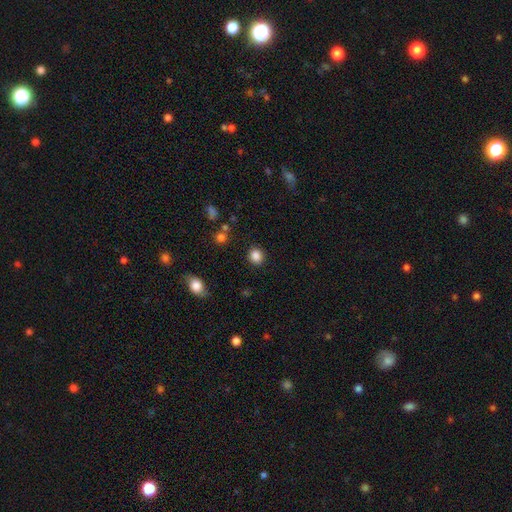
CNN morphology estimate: smooth 85%, star or artifact 11%, featured or disk 4%. Down the decision tree: how rounded — round (76%); merging — none (88%).